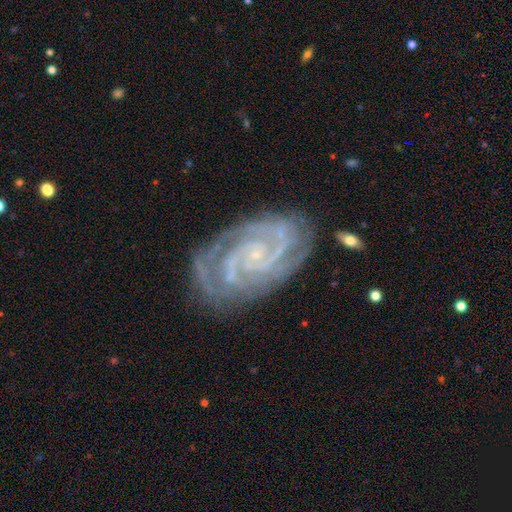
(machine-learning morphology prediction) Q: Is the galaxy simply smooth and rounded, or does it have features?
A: featured or disk — 91%.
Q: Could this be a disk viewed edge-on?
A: no — 97%.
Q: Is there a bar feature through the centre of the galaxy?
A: no — 63%.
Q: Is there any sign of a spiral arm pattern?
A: yes — 99%.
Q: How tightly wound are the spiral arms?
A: tight — 73%.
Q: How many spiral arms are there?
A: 2 — 44%.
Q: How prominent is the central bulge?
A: small — 84%.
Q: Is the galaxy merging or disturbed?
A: none — 77%.